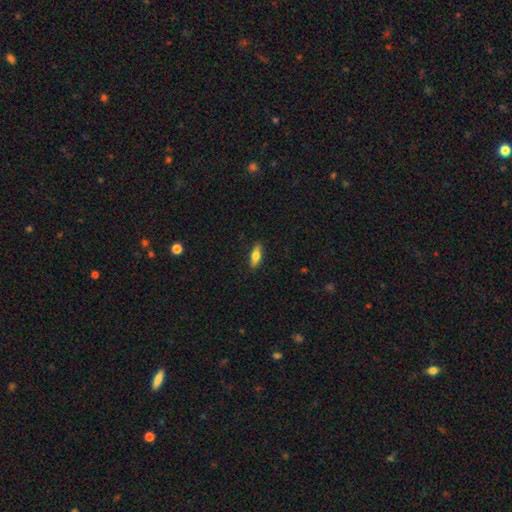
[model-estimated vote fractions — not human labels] Q: Smooth or featured?
A: smooth (64%); runner-up: featured or disk (29%)
Q: How rounded?
A: in between (54%); runner-up: cigar-shaped (43%)
Q: Merging?
A: none (89%); runner-up: minor disturbance (8%)